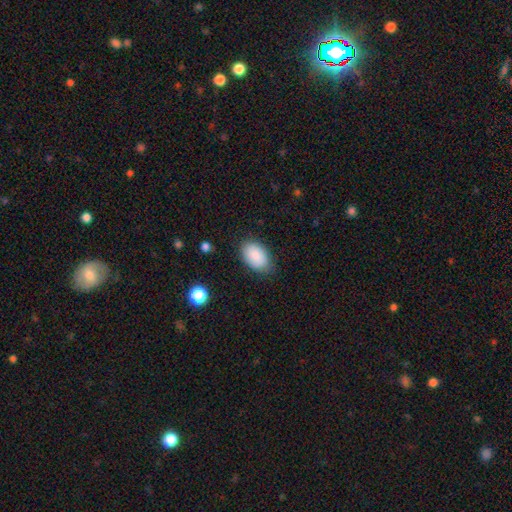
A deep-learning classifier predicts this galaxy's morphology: Q: Smooth or featured?
A: smooth (89%); runner-up: star or artifact (7%)
Q: How rounded?
A: in between (91%); runner-up: round (8%)
Q: Merging?
A: none (81%); runner-up: minor disturbance (14%)